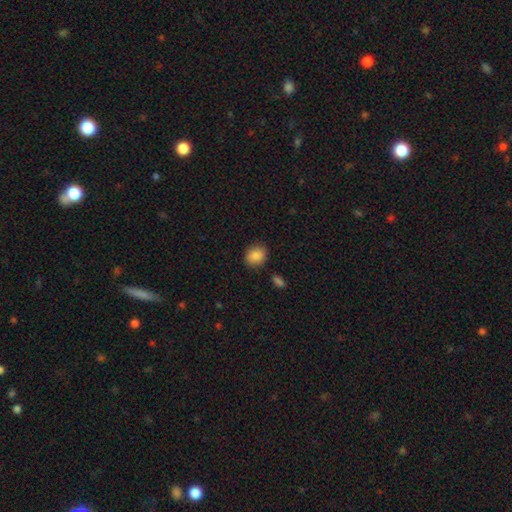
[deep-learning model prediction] smooth-or-featured: smooth: 88% | star or artifact: 8% | featured or disk: 4%
  how-rounded: round: 62% | in between: 37% | cigar-shaped: 1%
  merging: none: 86% | minor disturbance: 9% | major disturbance: 3% | merger: 2%